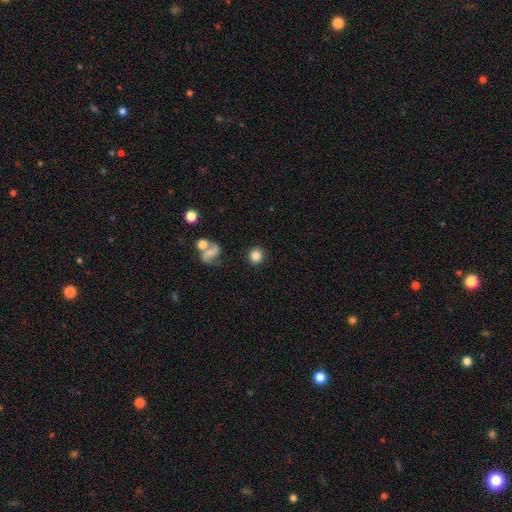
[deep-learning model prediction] A smooth galaxy with no disk features (81%) that is round (91%). Merging: none (84%).